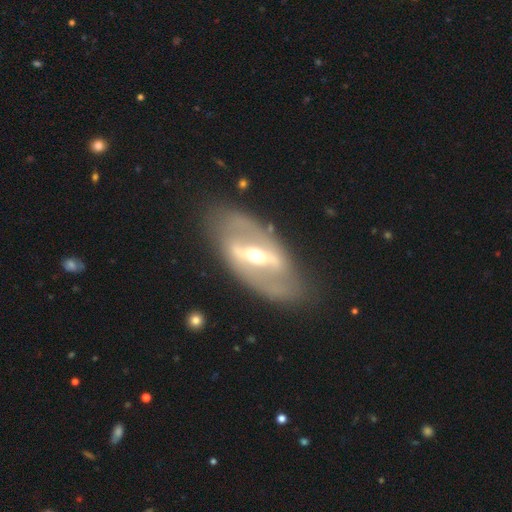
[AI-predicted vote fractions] Smooth or featured?
  - featured or disk: 82% *
  - smooth: 13%
  - star or artifact: 5%
Edge-on disk?
  - no: 88% *
  - yes: 12%
Bar?
  - strong: 72% *
  - weak: 20%
  - no: 8%
Spiral arms?
  - no: 51% *
  - yes: 49%
Bulge size?
  - moderate: 67% *
  - small: 23%
  - large: 8%
  - dominant: 1%
  - none: 1%
Merging?
  - none: 78% *
  - minor disturbance: 13%
  - major disturbance: 7%
  - merger: 2%